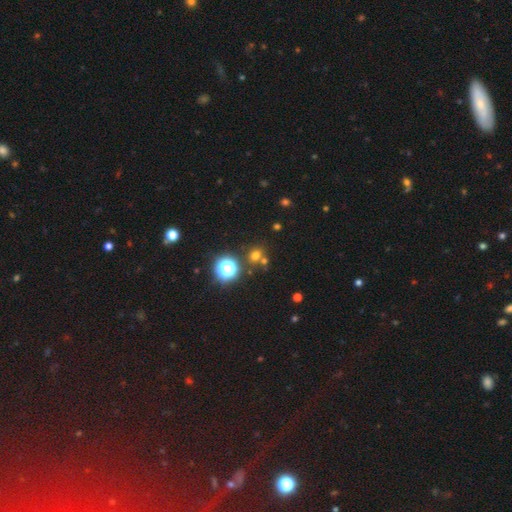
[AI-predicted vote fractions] Q: Smooth or featured?
A: smooth (62%); runner-up: star or artifact (30%)
Q: How rounded?
A: round (79%); runner-up: in between (20%)
Q: Merging?
A: none (71%); runner-up: merger (16%)